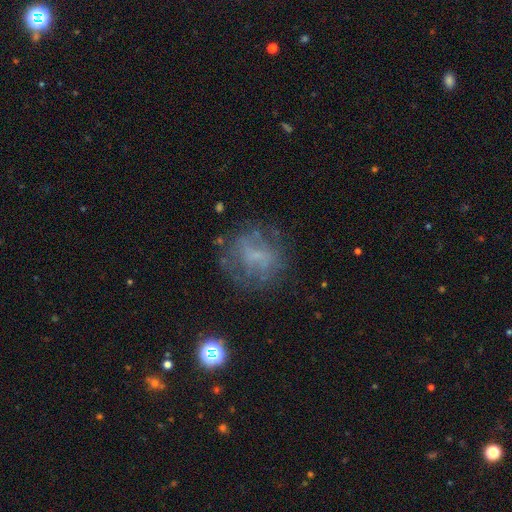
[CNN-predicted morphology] featured or disk 47%, smooth 34%, star or artifact 19%. Down the decision tree: merging — none (66%).